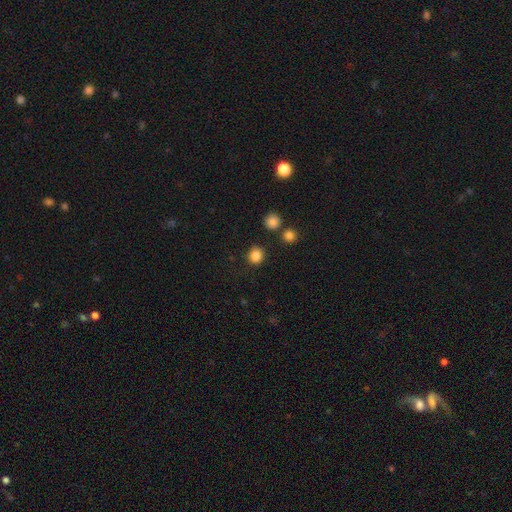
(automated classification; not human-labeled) The model was most divided on "how rounded": round: 85%, in between: 14%, cigar-shaped: 1%. More confident: merging — none (85%); smooth or featured — smooth (85%).